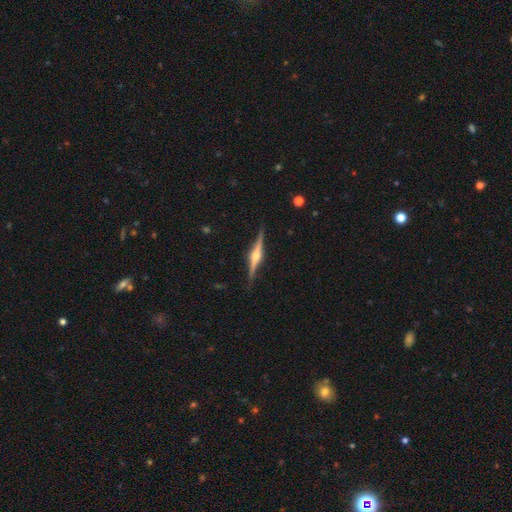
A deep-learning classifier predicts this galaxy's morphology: featured or disk 84%, smooth 11%, star or artifact 5%. Down the decision tree: edge-on disk — yes (98%); edge-on bulge — rounded (88%); merging — none (88%).